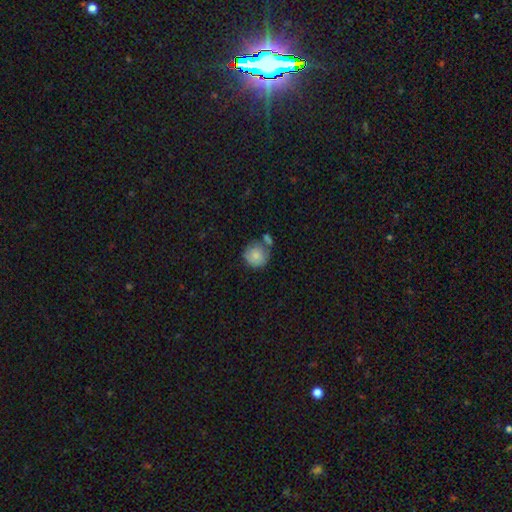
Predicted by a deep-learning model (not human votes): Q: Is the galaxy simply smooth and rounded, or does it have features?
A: smooth — 82%.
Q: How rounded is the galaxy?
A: round — 90%.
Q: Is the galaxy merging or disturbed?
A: none — 58%.